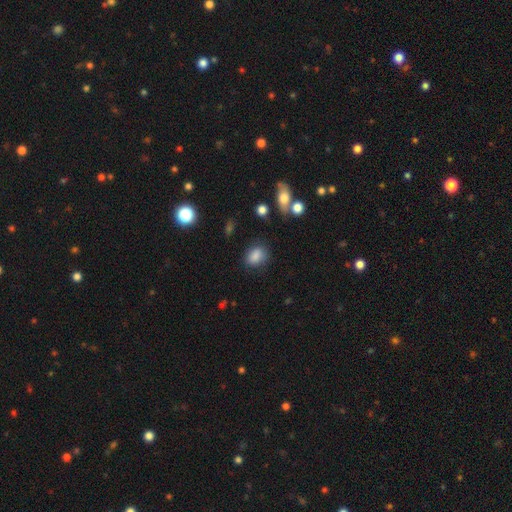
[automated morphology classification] A smooth galaxy with no disk features (84%) that is in between round and cigar-shaped (67%).

Vote fractions:
- Smooth or featured? smooth: 84% / star or artifact: 10% / featured or disk: 7%
- How rounded? in between: 67% / round: 31% / cigar-shaped: 2%
- Merging? none: 76% / minor disturbance: 16% / major disturbance: 5% / merger: 3%